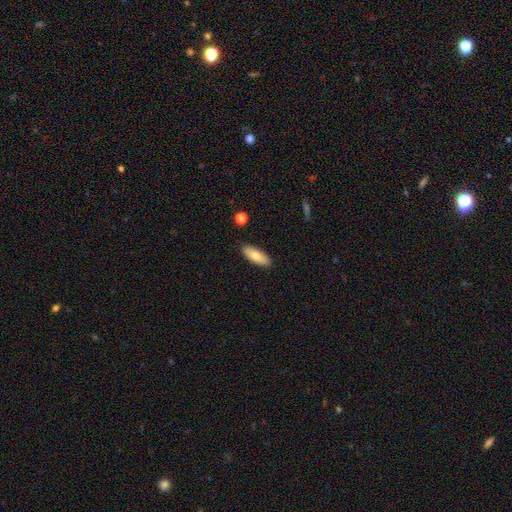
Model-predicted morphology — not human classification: Smooth or featured? smooth (79%)
How rounded? in between (72%)
Merging? none (88%)